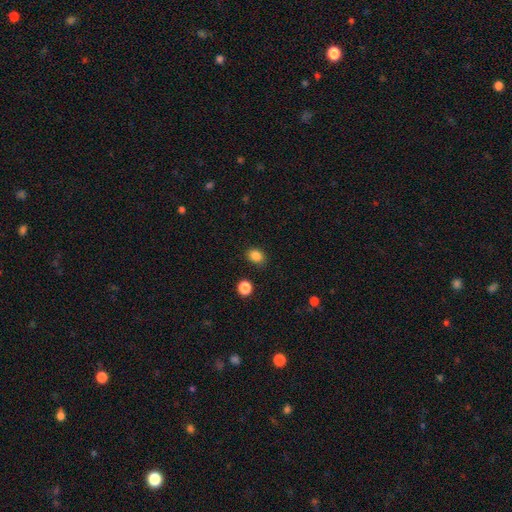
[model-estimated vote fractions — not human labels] The model was most divided on "how rounded": in between: 58%, round: 41%, cigar-shaped: 1%. More confident: merging — none (85%); smooth or featured — smooth (85%).